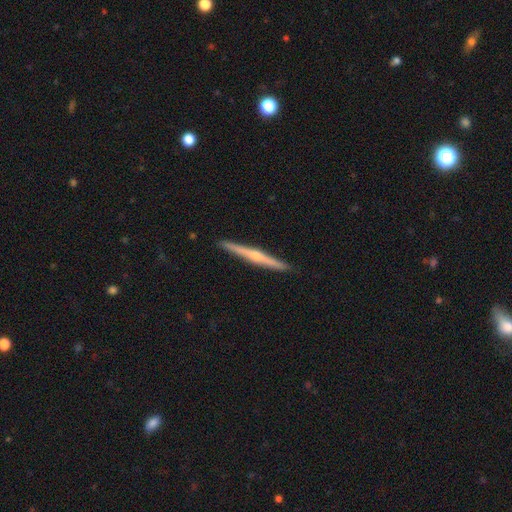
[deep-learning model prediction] smooth_or_featured: featured or disk (p=0.75) [alt: smooth p=0.19]
disk_edge_on: yes (p=0.98) [alt: no p=0.02]
edge_on_bulge: rounded (p=0.81) [alt: none p=0.15]
merging: none (p=0.90) [alt: minor disturbance p=0.07]